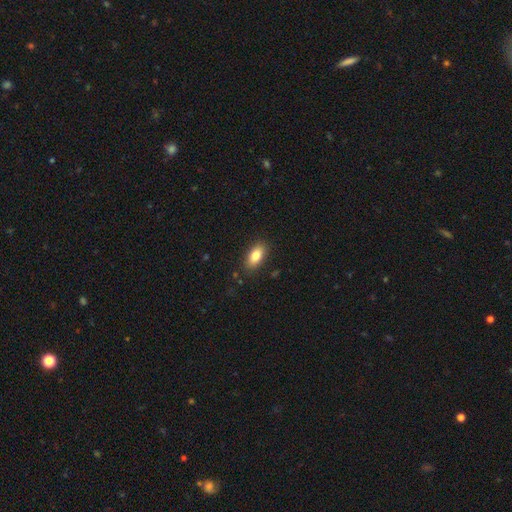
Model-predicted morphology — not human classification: Smooth or featured? Predicted: smooth (p=0.81). How rounded? Predicted: in between (p=0.88). Merging? Predicted: none (p=0.86).